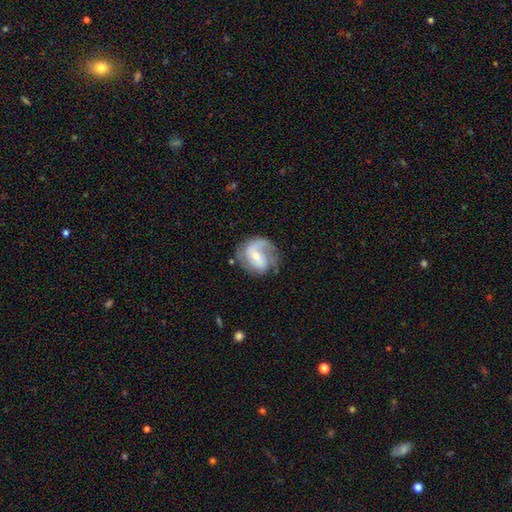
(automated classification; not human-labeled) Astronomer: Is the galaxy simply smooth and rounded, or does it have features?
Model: featured or disk — 77%.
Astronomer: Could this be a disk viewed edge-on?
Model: no — 97%.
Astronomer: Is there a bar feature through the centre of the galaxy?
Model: weak — 45% (runner-up: strong, 29%).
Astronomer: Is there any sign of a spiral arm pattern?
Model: yes — 92%.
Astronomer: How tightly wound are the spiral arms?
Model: medium — 45% (runner-up: loose, 30%).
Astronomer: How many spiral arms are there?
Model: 2 — 59%.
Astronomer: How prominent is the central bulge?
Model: small — 55% (runner-up: moderate, 36%).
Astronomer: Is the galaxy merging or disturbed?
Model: none — 60%.